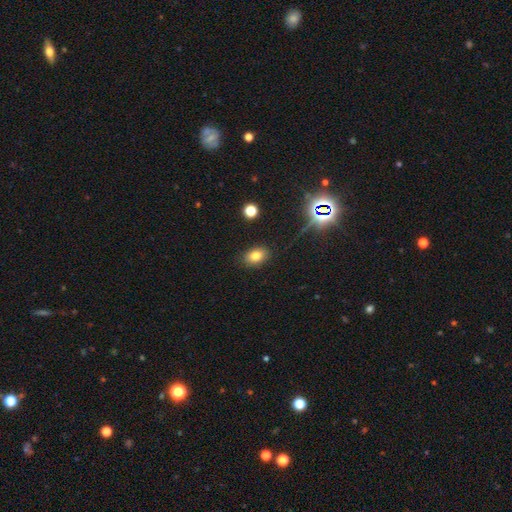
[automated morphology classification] smooth 78%, star or artifact 13%, featured or disk 9%. Down the decision tree: how rounded — in between (78%); merging — none (87%).